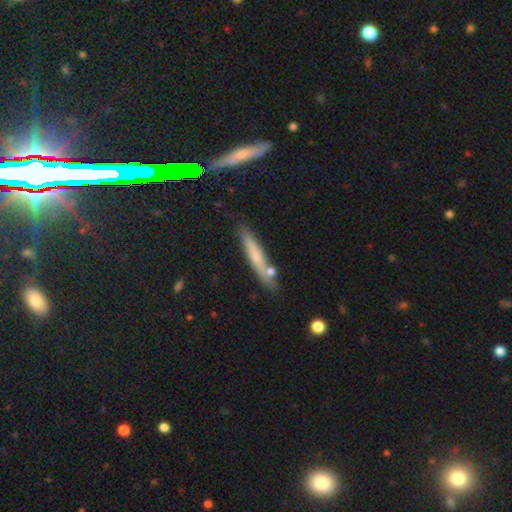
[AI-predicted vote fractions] Smooth or featured?
  - smooth: 62% *
  - featured or disk: 29%
  - star or artifact: 9%
How rounded?
  - cigar-shaped: 92% *
  - in between: 6%
  - round: 2%
Merging?
  - none: 77% *
  - minor disturbance: 13%
  - merger: 7%
  - major disturbance: 3%